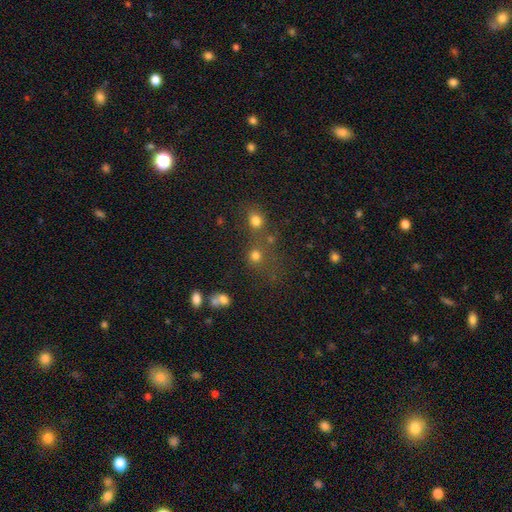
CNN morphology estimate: smooth-or-featured: smooth: 73% | star or artifact: 18% | featured or disk: 9%
  how-rounded: round: 84% | in between: 15% | cigar-shaped: 1%
  merging: none: 53% | merger: 29% | minor disturbance: 10% | major disturbance: 8%